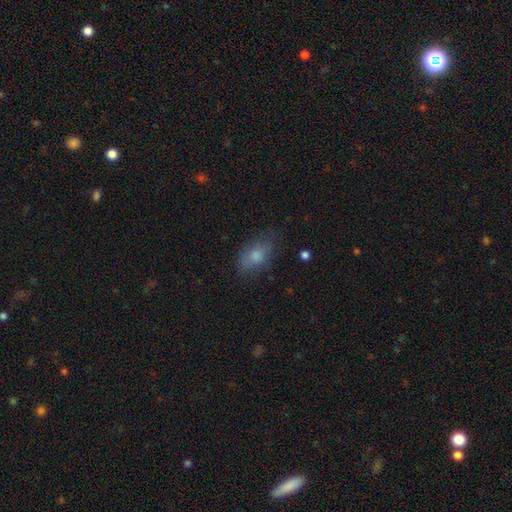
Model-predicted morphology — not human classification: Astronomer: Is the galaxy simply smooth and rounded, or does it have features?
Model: smooth — 76%.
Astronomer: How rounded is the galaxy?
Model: in between — 87%.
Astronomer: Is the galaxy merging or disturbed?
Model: none — 65%.